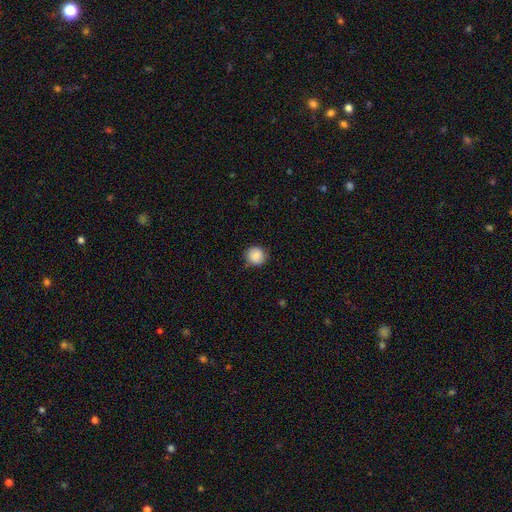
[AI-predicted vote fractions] A smooth galaxy with no disk features (86%) that is round (88%).

Vote fractions:
- Smooth or featured? smooth: 86% / star or artifact: 8% / featured or disk: 6%
- How rounded? round: 88% / in between: 11% / cigar-shaped: 1%
- Merging? none: 83% / minor disturbance: 13% / major disturbance: 3% / merger: 1%